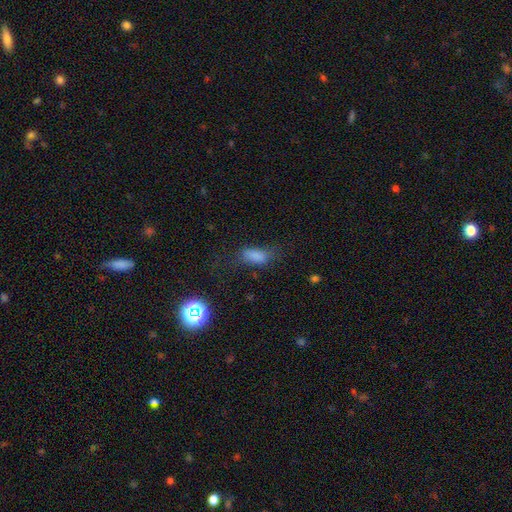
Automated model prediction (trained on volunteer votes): This appears to be a smooth galaxy with no disk features (78%) that is in between round and cigar-shaped (82%). Merging: none (49%).